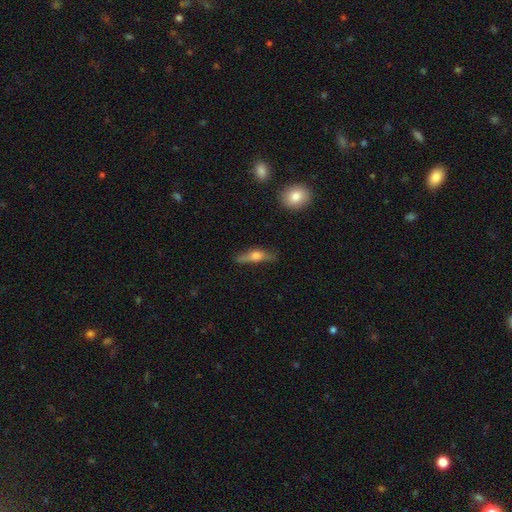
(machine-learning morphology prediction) This appears to be a smooth galaxy with no disk features (48%). Merging: none (63%).